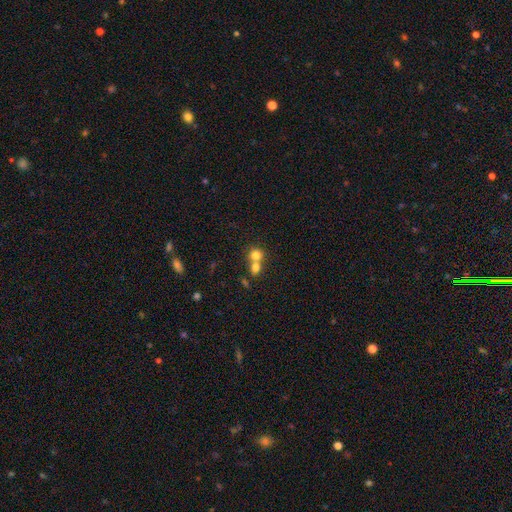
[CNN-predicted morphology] Q: Smooth or featured?
A: smooth (78%); runner-up: star or artifact (12%)
Q: How rounded?
A: round (78%); runner-up: in between (21%)
Q: Merging?
A: merger (57%); runner-up: none (35%)